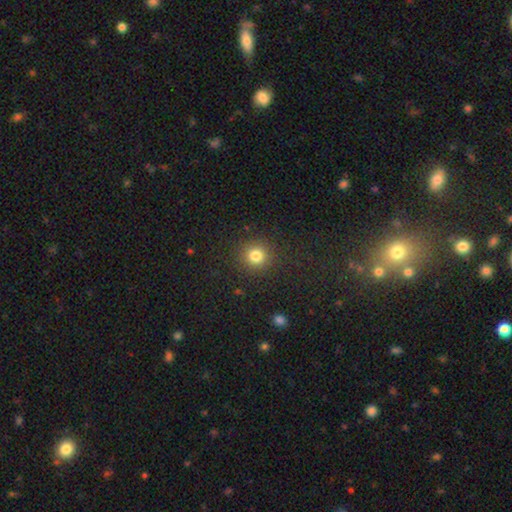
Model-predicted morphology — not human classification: This appears to be a smooth galaxy with no disk features (81%) that is round (93%). Merging: none (90%).